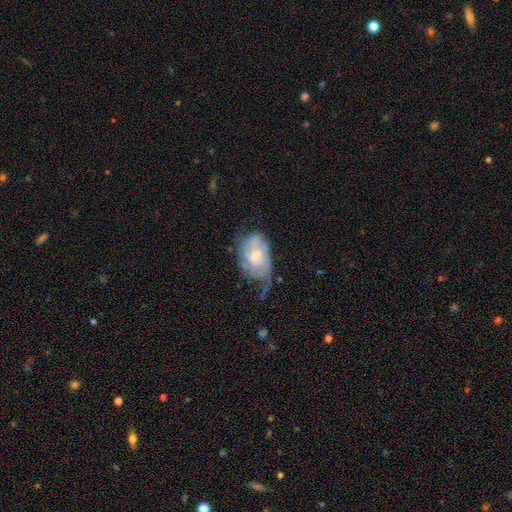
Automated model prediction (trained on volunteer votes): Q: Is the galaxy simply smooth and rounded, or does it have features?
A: featured or disk — 68%.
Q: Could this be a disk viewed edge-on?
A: no — 96%.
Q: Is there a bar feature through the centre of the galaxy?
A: no — 68%.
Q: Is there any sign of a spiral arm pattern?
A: yes — 83%.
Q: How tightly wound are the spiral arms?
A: tight — 43%.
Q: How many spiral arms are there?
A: can't tell — 39%.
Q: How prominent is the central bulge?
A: moderate — 50%.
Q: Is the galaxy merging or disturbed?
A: none — 35%.